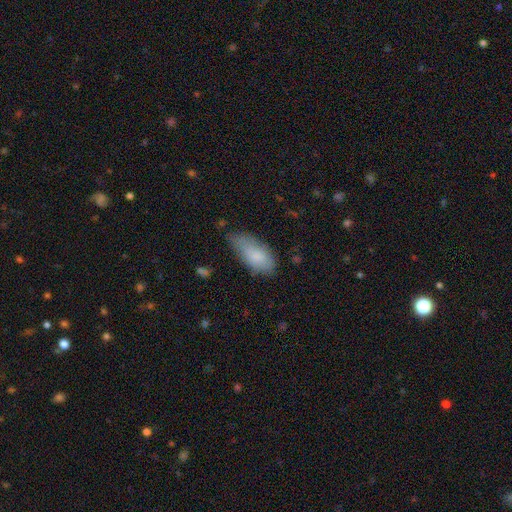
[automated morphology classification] Q: Smooth or featured?
A: smooth (81%); runner-up: featured or disk (13%)
Q: How rounded?
A: in between (86%); runner-up: cigar-shaped (11%)
Q: Merging?
A: none (47%); runner-up: minor disturbance (39%)